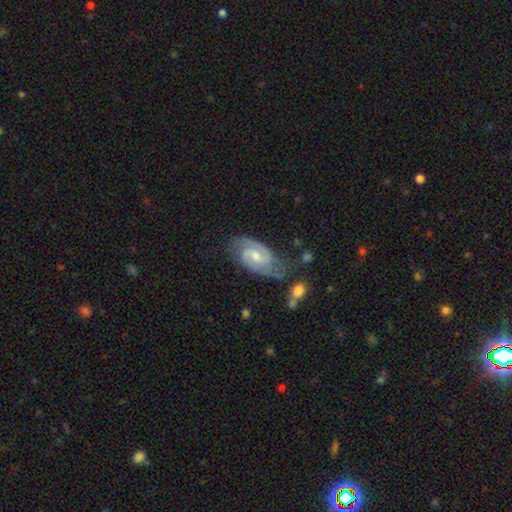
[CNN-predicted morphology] type=featured or disk (85%); edge-on=no (96%); bar=weak (54%); spiral arms=yes (97%); winding=medium (47%); arm count=2 (87%); bulge=moderate (56%); merging=none (69%).